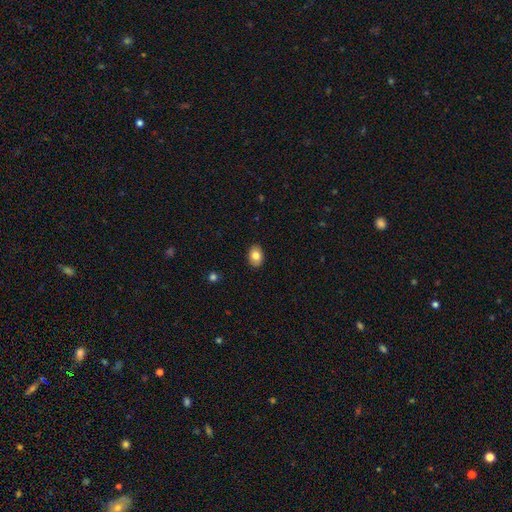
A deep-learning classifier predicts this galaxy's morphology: This is clearly a smooth galaxy (82%). How rounded: likely in between (75%). Merging: clearly none (90%).